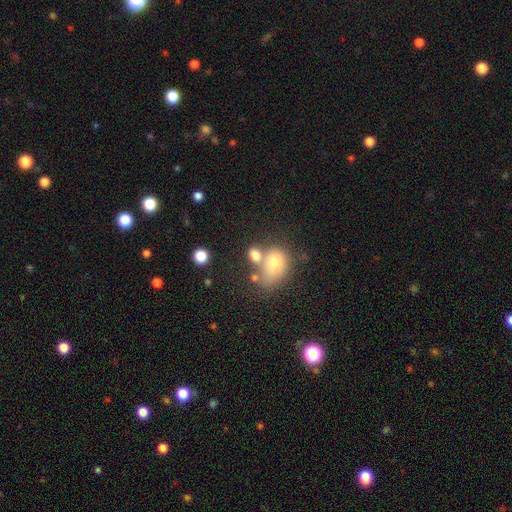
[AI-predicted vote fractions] smooth-or-featured: smooth: 72% | featured or disk: 16% | star or artifact: 12%
  how-rounded: in between: 60% | round: 38% | cigar-shaped: 2%
  merging: merger: 46% | none: 32% | minor disturbance: 13% | major disturbance: 10%